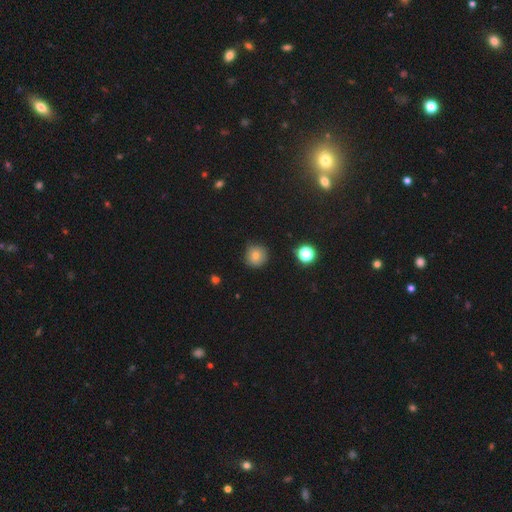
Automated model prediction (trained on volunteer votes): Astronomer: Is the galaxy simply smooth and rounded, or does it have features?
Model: smooth — 77%.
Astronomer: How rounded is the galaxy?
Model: round — 94%.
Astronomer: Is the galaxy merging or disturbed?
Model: none — 83%.